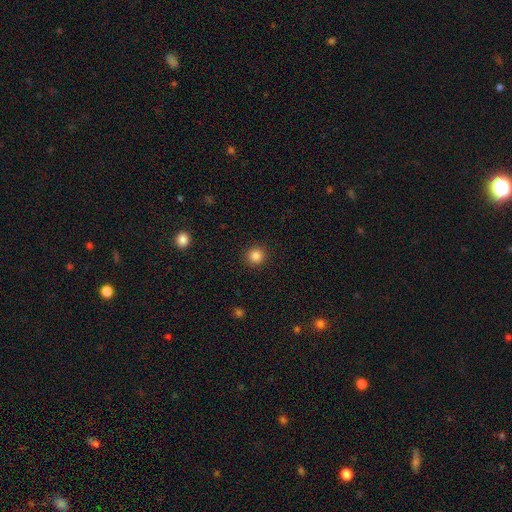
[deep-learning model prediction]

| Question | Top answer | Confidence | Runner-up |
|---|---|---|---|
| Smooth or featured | smooth | 85% | star or artifact (11%) |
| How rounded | round | 94% | in between (5%) |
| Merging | none | 92% | minor disturbance (5%) |